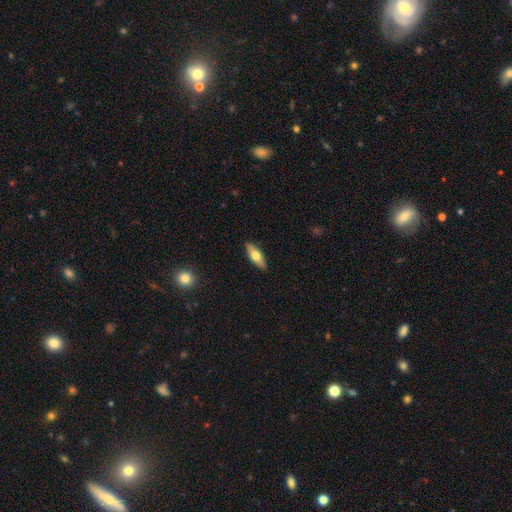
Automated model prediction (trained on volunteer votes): smooth 57%, featured or disk 37%, star or artifact 6%. Down the decision tree: how rounded — in between (56%); merging — none (89%).